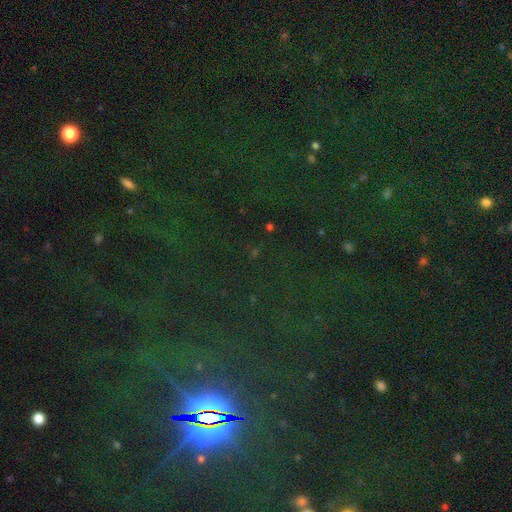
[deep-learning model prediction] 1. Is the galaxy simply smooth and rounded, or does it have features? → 84% star or artifact, 9% smooth, 7% featured or disk.